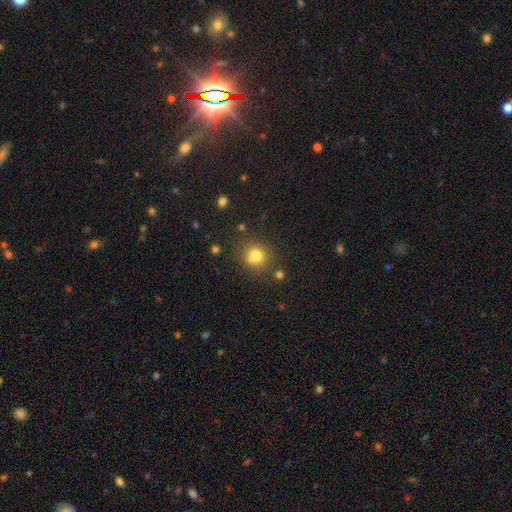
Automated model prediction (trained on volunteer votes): smooth_or_featured: smooth (p=0.77) [alt: star or artifact p=0.14]
how_rounded: round (p=0.85) [alt: in between p=0.14]
merging: none (p=0.67) [alt: merger p=0.15]